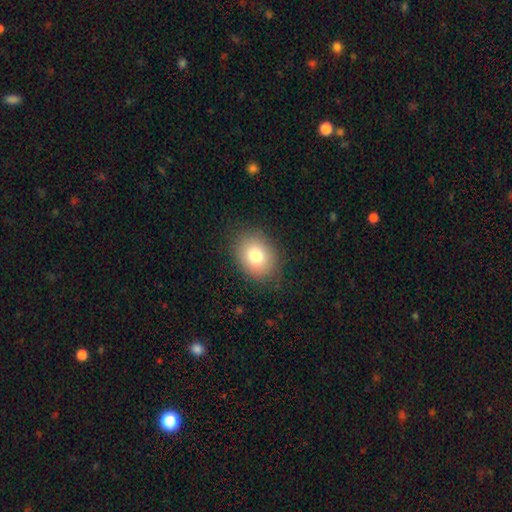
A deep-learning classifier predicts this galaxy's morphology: Smooth or featured? smooth (78%)
How rounded? in between (57%)
Merging? none (83%)